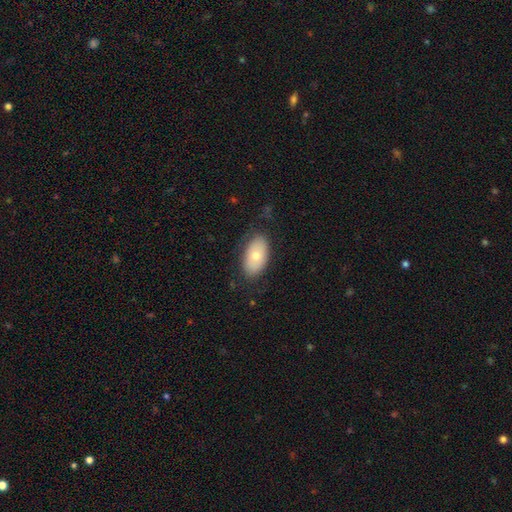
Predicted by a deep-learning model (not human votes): Morphology: type=smooth (72%); roundness=in between (94%); merging=none (80%).